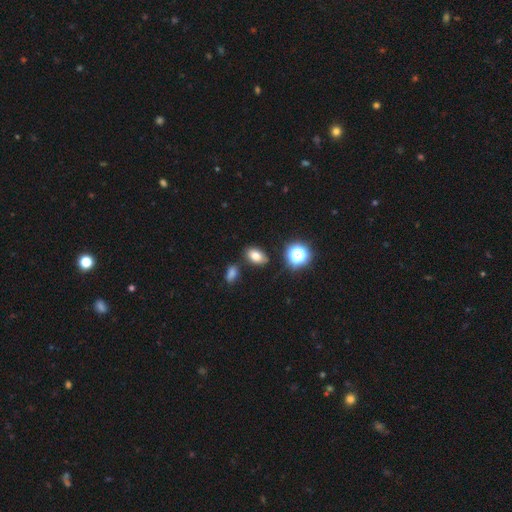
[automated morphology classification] Overall: smooth (75%). How rounded: in between (85%). Merging: none (82%).